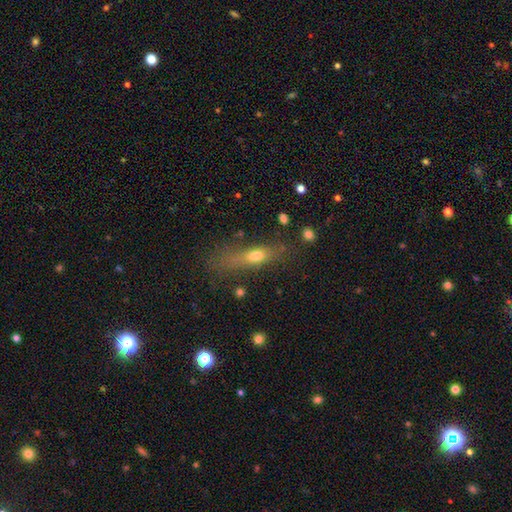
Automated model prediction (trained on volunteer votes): Smooth or featured?
  - smooth: 58% *
  - featured or disk: 29%
  - star or artifact: 13%
How rounded?
  - cigar-shaped: 62% *
  - in between: 32%
  - round: 5%
Merging?
  - none: 57% *
  - minor disturbance: 21%
  - major disturbance: 15%
  - merger: 6%